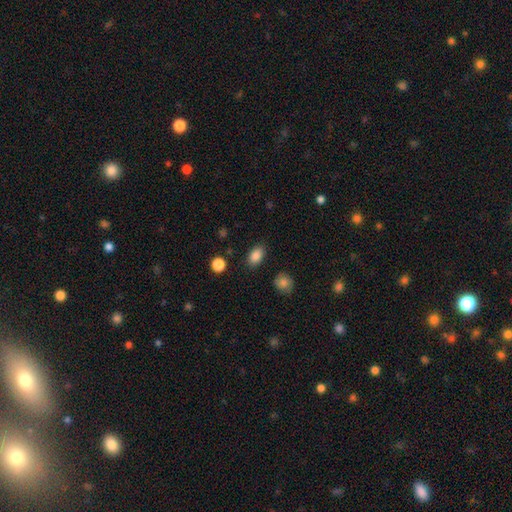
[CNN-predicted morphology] This is clearly a smooth galaxy (86%). How rounded: clearly in between (86%). Merging: clearly none (86%).